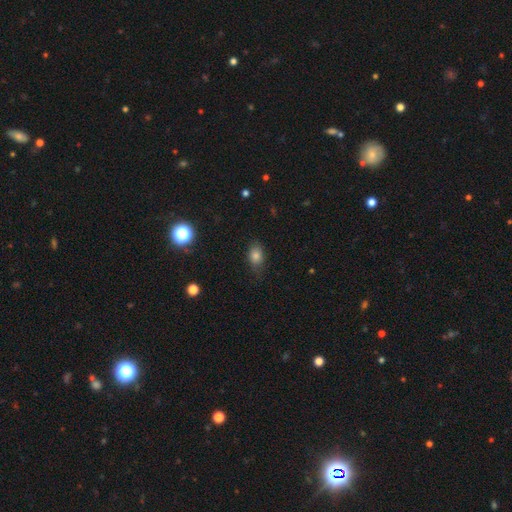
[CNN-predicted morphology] smooth 79%, star or artifact 12%, featured or disk 9%. Down the decision tree: how rounded — in between (77%); merging — none (70%).